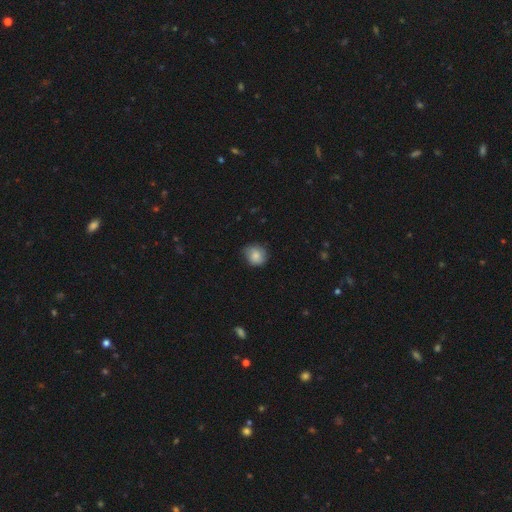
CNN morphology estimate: Smooth or featured? smooth (79%)
How rounded? round (82%)
Merging? none (71%)